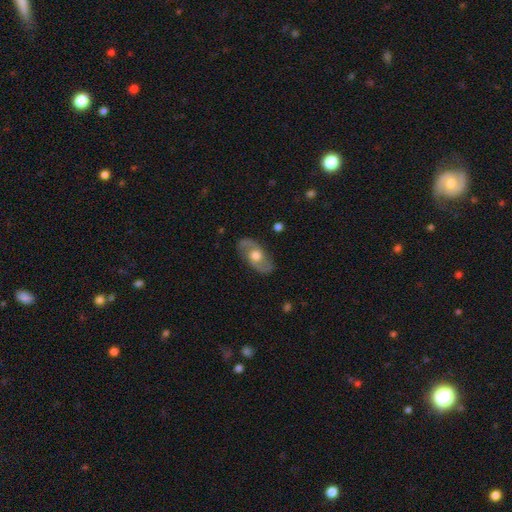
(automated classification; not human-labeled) Overall: featured or disk (70%). Edge-on disk: no (91%). Bar: no (72%). Spiral arms: yes (80%). Spiral arm count: 2 (89%). Spiral winding: medium (45%; loose 38%). Bulge size: moderate (68%). Merging: none (84%).